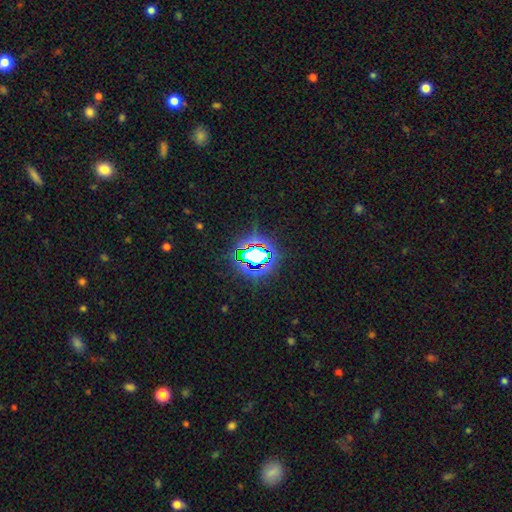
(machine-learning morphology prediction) type=star or artifact (72%).